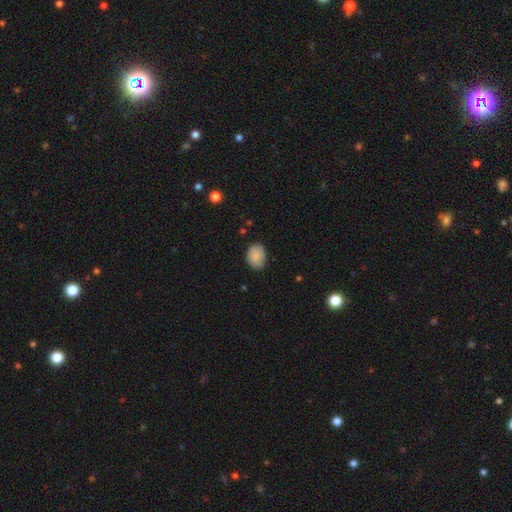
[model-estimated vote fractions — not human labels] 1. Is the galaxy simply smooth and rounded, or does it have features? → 87% smooth, 7% star or artifact, 6% featured or disk.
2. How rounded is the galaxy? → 70% in between, 29% round, 1% cigar-shaped.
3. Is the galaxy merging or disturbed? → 77% none, 19% minor disturbance, 3% major disturbance, 1% merger.